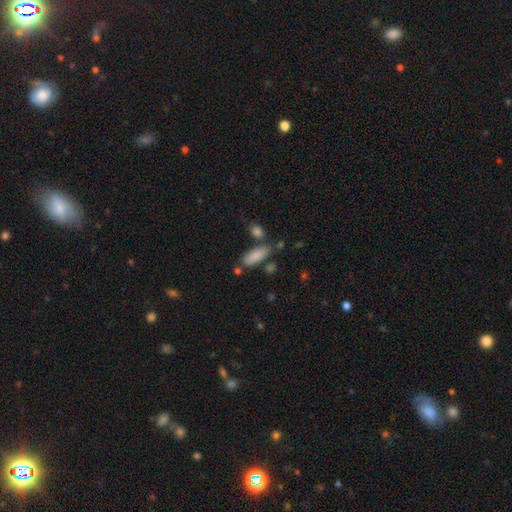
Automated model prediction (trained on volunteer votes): Morphology: type=smooth (86%); roundness=in between (72%); merging=none (70%).